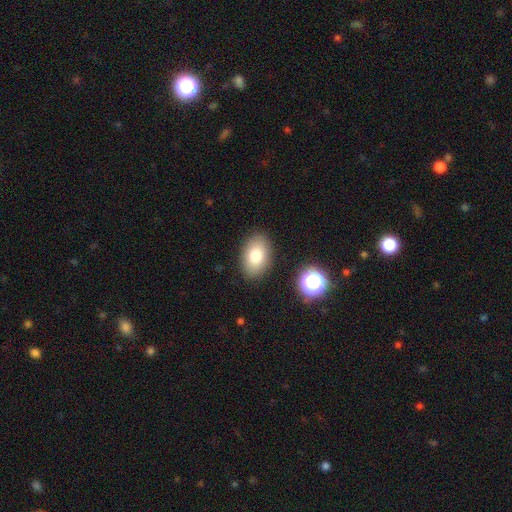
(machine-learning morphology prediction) smooth-or-featured: smooth: 79% | featured or disk: 12% | star or artifact: 9%
  how-rounded: in between: 87% | round: 12% | cigar-shaped: 1%
  merging: none: 86% | minor disturbance: 9% | major disturbance: 3% | merger: 2%